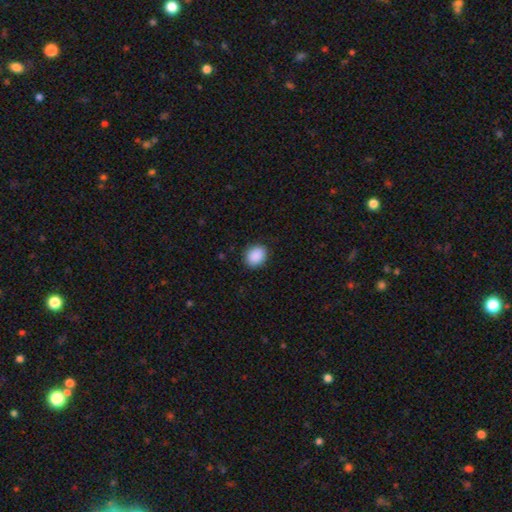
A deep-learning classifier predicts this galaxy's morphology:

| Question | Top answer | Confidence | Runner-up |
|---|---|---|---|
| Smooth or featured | smooth | 90% | star or artifact (7%) |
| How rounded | in between | 50% | round (49%) |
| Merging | none | 88% | minor disturbance (9%) |